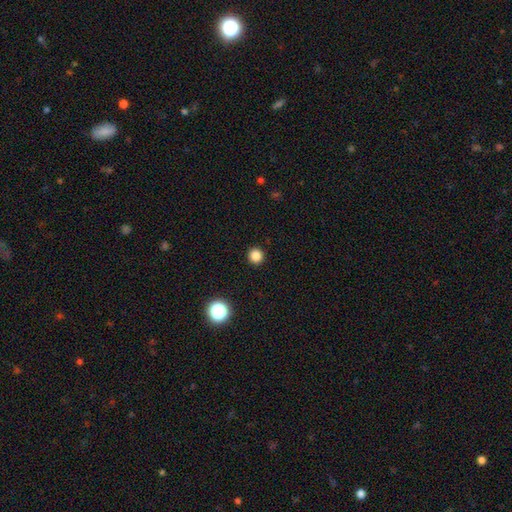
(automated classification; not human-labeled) Smooth or featured?
  - smooth: 84% *
  - star or artifact: 13%
  - featured or disk: 3%
How rounded?
  - round: 95% *
  - in between: 4%
  - cigar-shaped: 1%
Merging?
  - none: 93% *
  - minor disturbance: 4%
  - major disturbance: 2%
  - merger: 1%